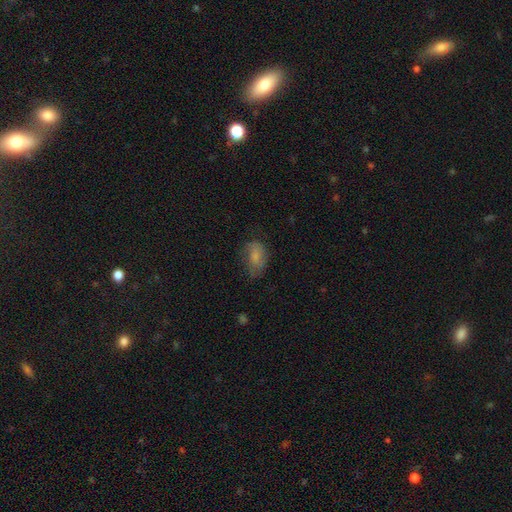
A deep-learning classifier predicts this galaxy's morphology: A smooth galaxy with no disk features (69%) that is in between round and cigar-shaped (86%).

Vote fractions:
- Smooth or featured? smooth: 69% / featured or disk: 22% / star or artifact: 9%
- How rounded? in between: 86% / round: 12% / cigar-shaped: 2%
- Merging? none: 54% / minor disturbance: 29% / major disturbance: 16% / merger: 2%